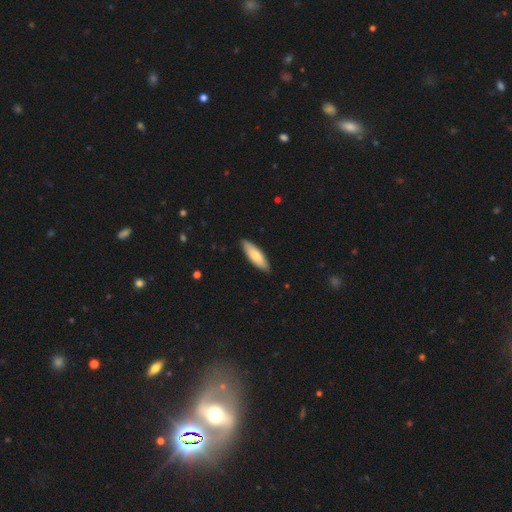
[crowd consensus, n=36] smooth-or-featured: smooth: 75% | featured or disk: 22% | star or artifact: 3%
  how-rounded: in between: 48% (tied) | cigar-shaped: 48% (tied) | round: 4%
  merging: none: 94% | minor disturbance: 3% | major disturbance: 3% | merger: 0%